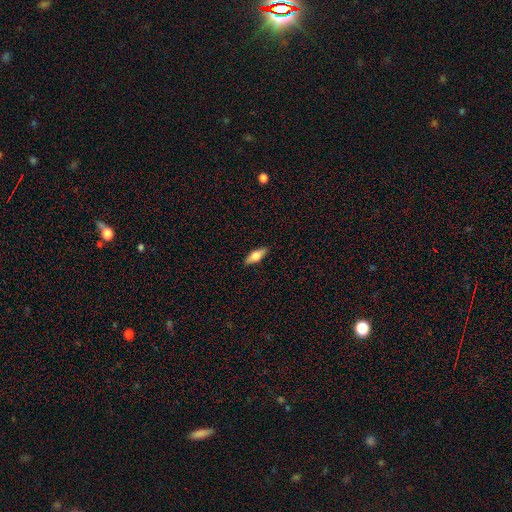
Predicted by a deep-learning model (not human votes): This appears to be a smooth galaxy with no disk features (63%) that is in between round and cigar-shaped (66%). Merging: none (89%).